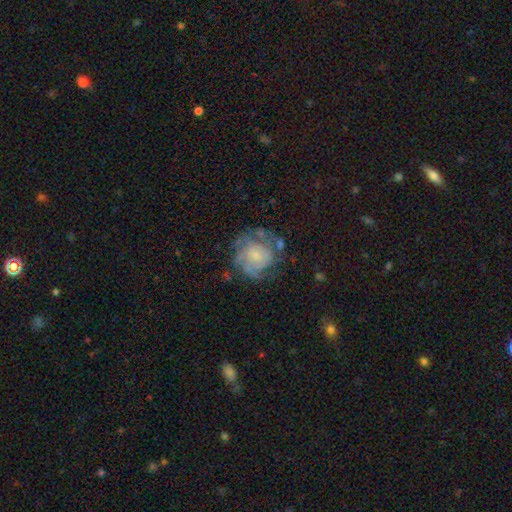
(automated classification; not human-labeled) The model was most divided on "merging": none: 56%, minor disturbance: 22%, major disturbance: 19%, merger: 3%. More confident: edge-on disk — no (98%); bar — no (77%); spiral arms — yes (74%); smooth or featured — featured or disk (63%); bulge size — small (58%).